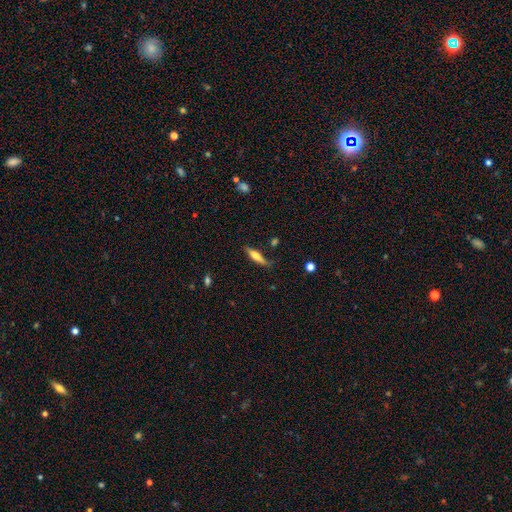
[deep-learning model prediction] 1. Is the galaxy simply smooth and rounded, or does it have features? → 52% smooth, 42% featured or disk, 7% star or artifact.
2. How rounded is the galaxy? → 72% cigar-shaped, 25% in between, 2% round.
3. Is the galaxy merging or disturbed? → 74% none, 19% minor disturbance, 5% major disturbance, 3% merger.